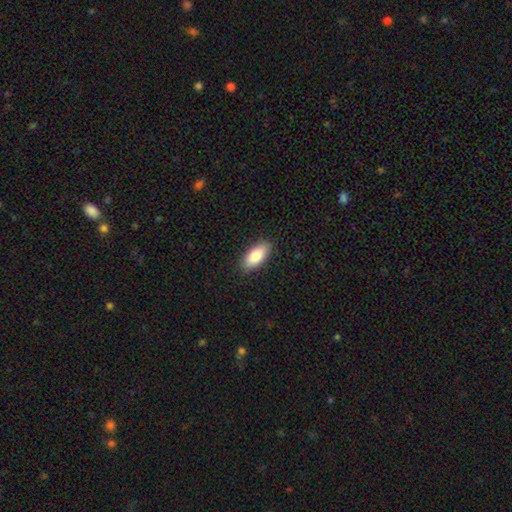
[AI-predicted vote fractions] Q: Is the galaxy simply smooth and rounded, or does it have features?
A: smooth — 84%.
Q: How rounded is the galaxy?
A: in between — 86%.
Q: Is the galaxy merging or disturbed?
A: none — 88%.